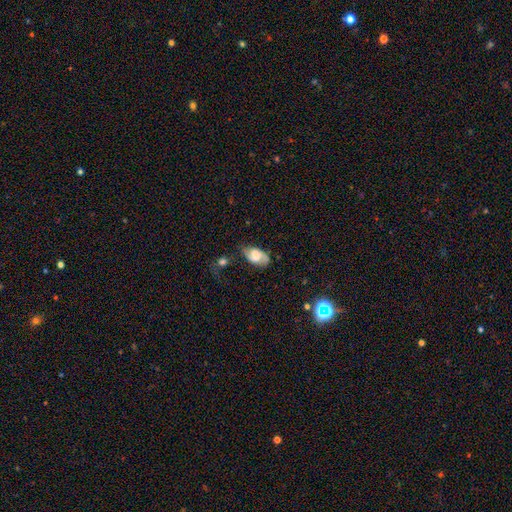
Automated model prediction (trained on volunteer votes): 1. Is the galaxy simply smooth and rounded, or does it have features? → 46% featured or disk, 44% smooth, 9% star or artifact.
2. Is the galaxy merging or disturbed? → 56% none, 27% minor disturbance, 12% major disturbance, 5% merger.